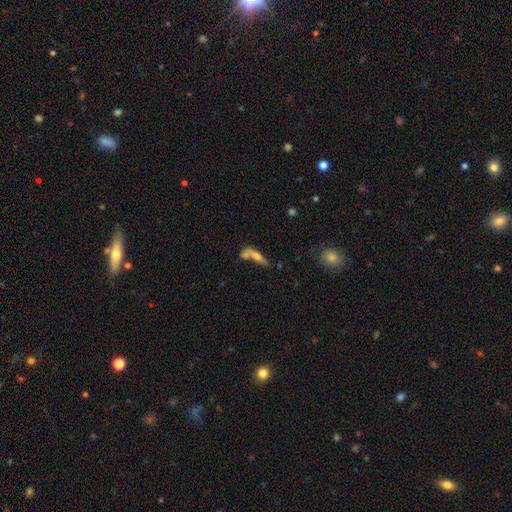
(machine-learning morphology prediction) Overall: smooth (55%; featured or disk 35%). How rounded: cigar-shaped (59%; in between 36%). Merging: merger (42%; none 37%).